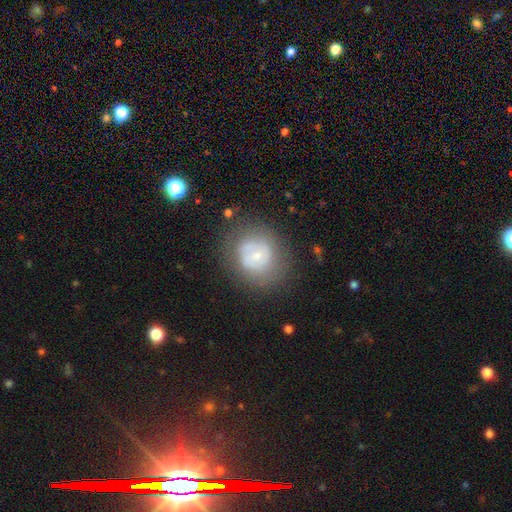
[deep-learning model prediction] smooth-or-featured: smooth: 46% | featured or disk: 44% | star or artifact: 9%
  merging: none: 71% | minor disturbance: 17% | major disturbance: 9% | merger: 2%